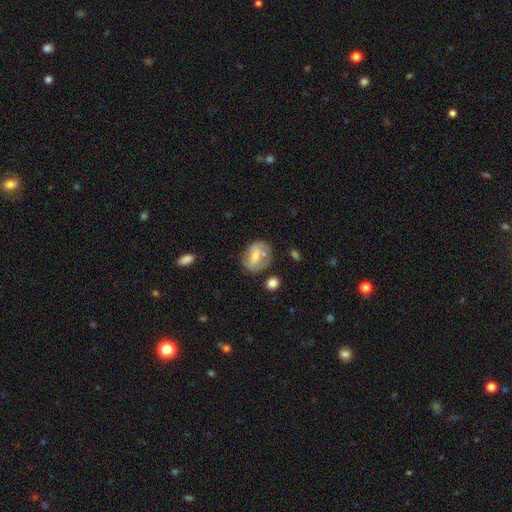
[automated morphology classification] featured or disk 51%, smooth 41%, star or artifact 7%. Down the decision tree: edge-on disk — no (96%); merging — none (59%).